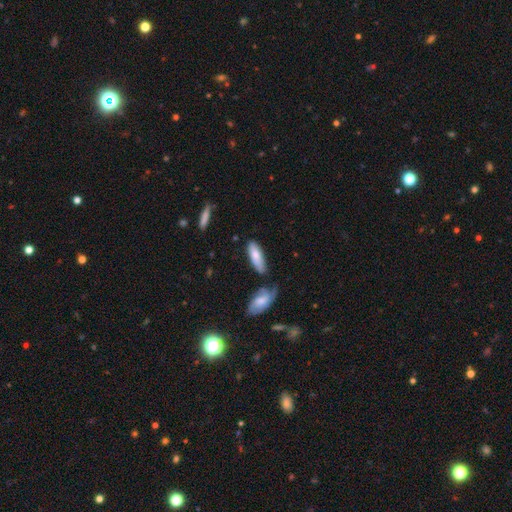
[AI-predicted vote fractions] Smooth or featured?
  - smooth: 68% *
  - featured or disk: 26%
  - star or artifact: 6%
How rounded?
  - in between: 65% *
  - cigar-shaped: 33%
  - round: 2%
Merging?
  - none: 60% *
  - minor disturbance: 23%
  - merger: 11%
  - major disturbance: 7%